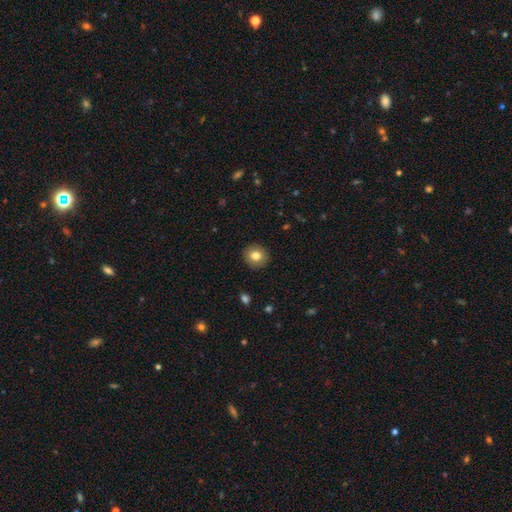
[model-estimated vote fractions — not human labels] This is clearly a smooth galaxy (81%). How rounded: clearly round (85%). Merging: clearly none (90%).